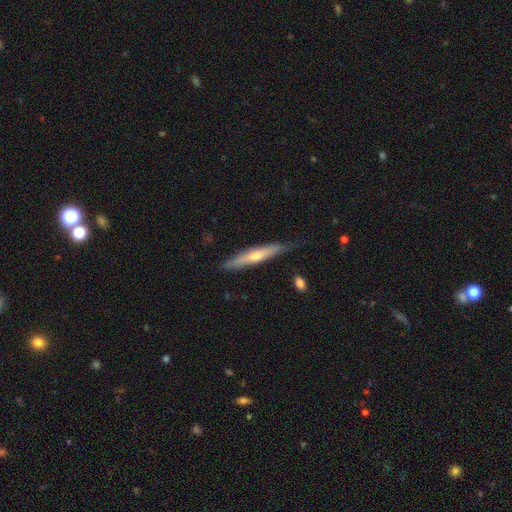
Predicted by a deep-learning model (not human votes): Morphology: type=featured or disk (52%); edge-on=yes (91%); merging=none (77%).